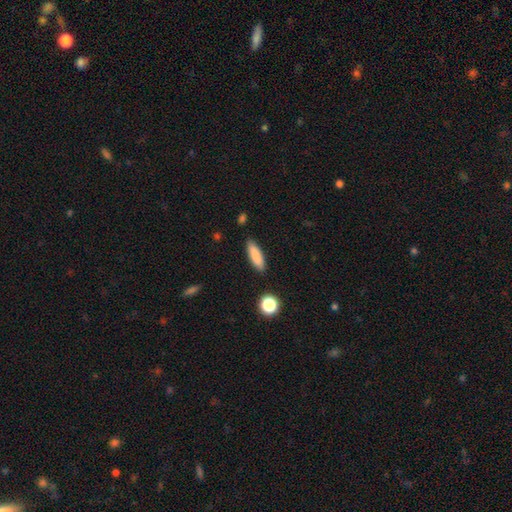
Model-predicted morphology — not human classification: This appears to be a smooth galaxy with no disk features (85%) that is cigar-shaped (56%). Merging: none (87%).